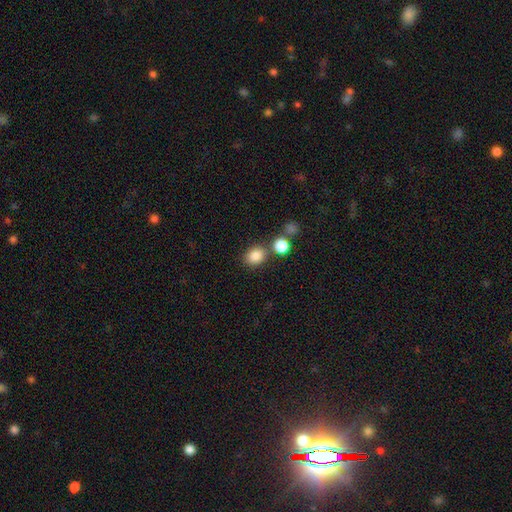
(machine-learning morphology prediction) This is clearly a smooth galaxy (84%). How rounded: possibly round (53%). Merging: likely none (70%).